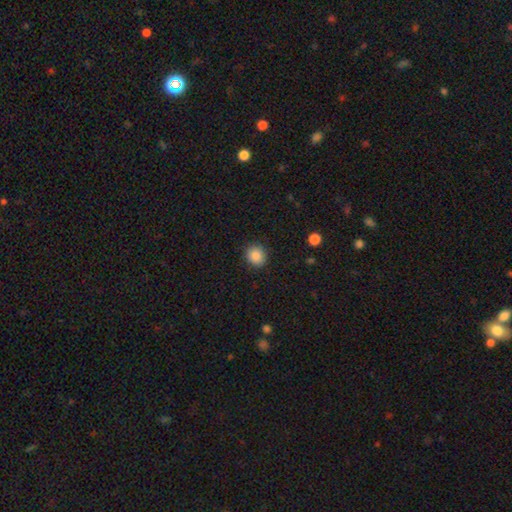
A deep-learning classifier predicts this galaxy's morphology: The model was most divided on "how rounded": round: 81%, in between: 18%, cigar-shaped: 1%. More confident: merging — none (89%); smooth or featured — smooth (88%).